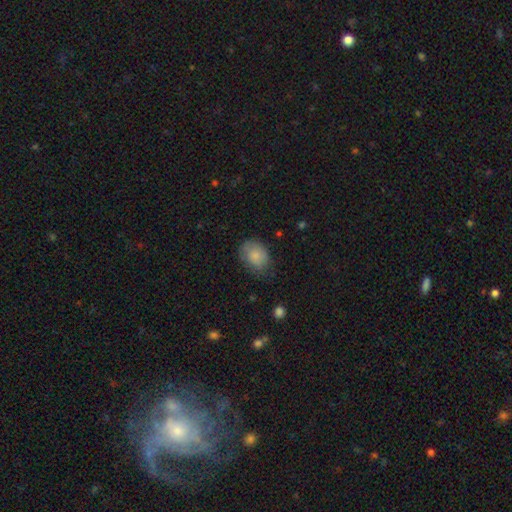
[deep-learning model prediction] The model was most divided on "how rounded": in between: 65%, round: 34%, cigar-shaped: 1%. More confident: smooth or featured — smooth (83%); merging — none (66%).